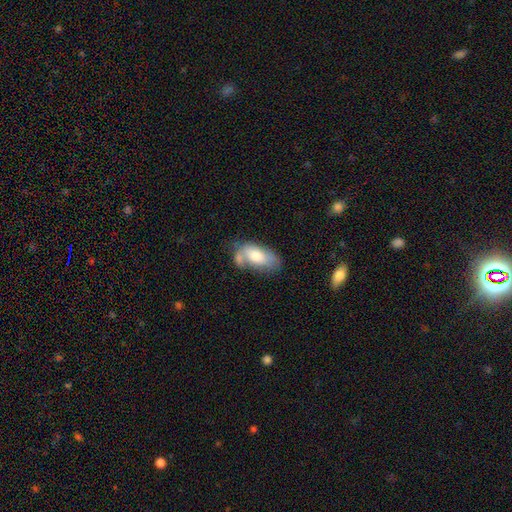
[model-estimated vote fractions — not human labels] smooth_or_featured: smooth (p=0.68) [alt: featured or disk p=0.25]
how_rounded: in between (p=0.91) [alt: cigar-shaped p=0.06]
merging: none (p=0.39) [alt: minor disturbance p=0.25]